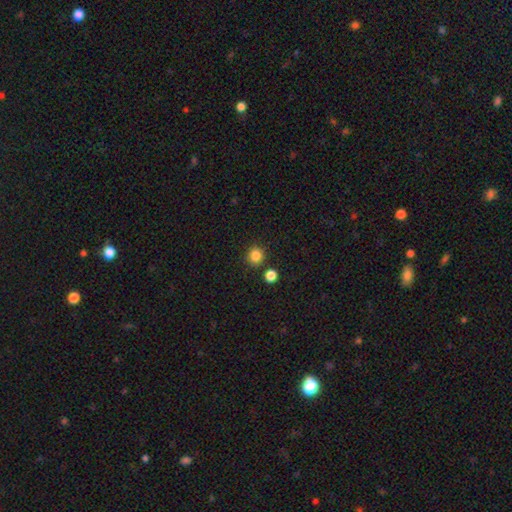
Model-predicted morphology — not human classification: A smooth galaxy with no disk features (84%) that is round (89%).

Vote fractions:
- Smooth or featured? smooth: 84% / star or artifact: 12% / featured or disk: 4%
- How rounded? round: 89% / in between: 10% / cigar-shaped: 1%
- Merging? none: 83% / minor disturbance: 8% / merger: 7% / major disturbance: 3%